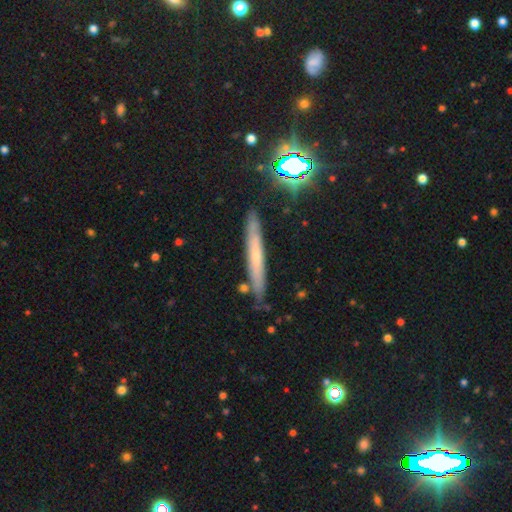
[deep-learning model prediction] Smooth or featured? featured or disk (46%)
Merging? none (84%)